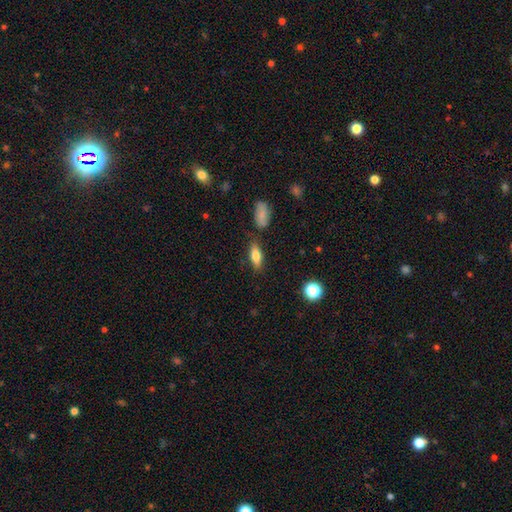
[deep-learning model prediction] A smooth galaxy with no disk features (75%) that is in between round and cigar-shaped (71%).

Vote fractions:
- Smooth or featured? smooth: 75% / featured or disk: 17% / star or artifact: 8%
- How rounded? in between: 71% / cigar-shaped: 25% / round: 3%
- Merging? none: 76% / minor disturbance: 13% / merger: 7% / major disturbance: 4%